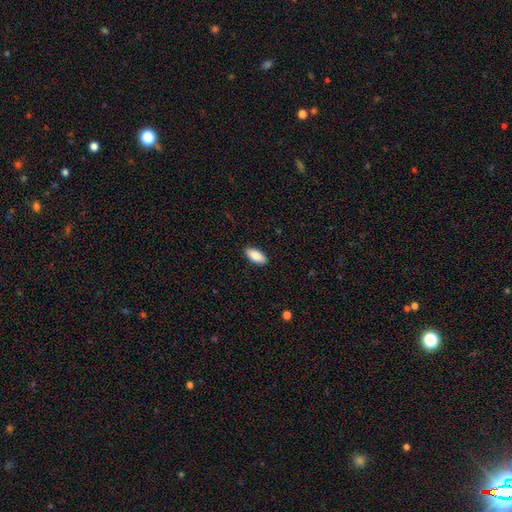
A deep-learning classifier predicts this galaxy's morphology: Smooth or featured: smooth — 87% (featured or disk — 7%)
How rounded: in between — 89% (cigar-shaped — 10%)
Merging: none — 90% (minor disturbance — 8%)